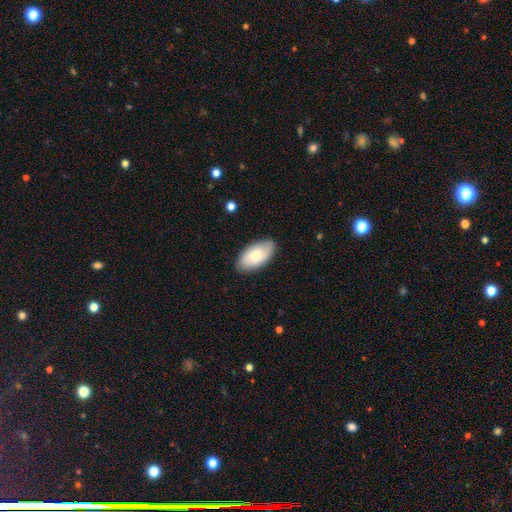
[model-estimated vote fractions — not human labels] Morphology: type=smooth (71%); roundness=in between (95%); merging=none (84%).